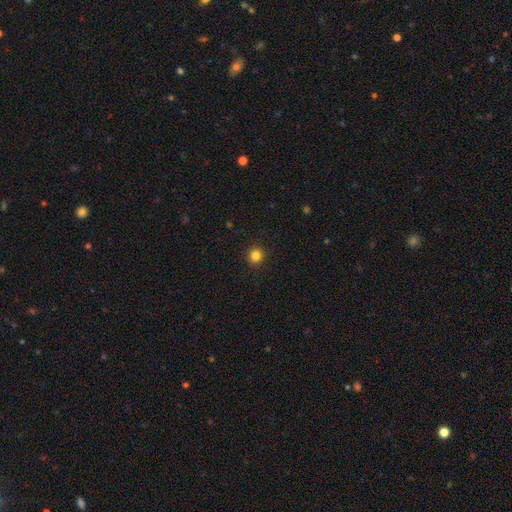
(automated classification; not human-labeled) smooth-or-featured: smooth: 83% | star or artifact: 12% | featured or disk: 4%
  how-rounded: round: 94% | in between: 6% | cigar-shaped: 1%
  merging: none: 92% | minor disturbance: 5% | major disturbance: 2% | merger: 1%